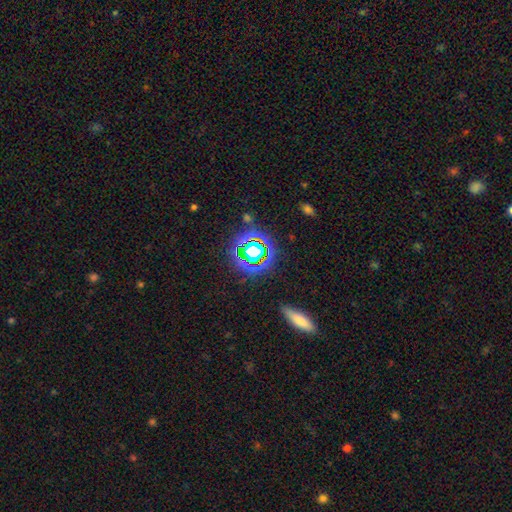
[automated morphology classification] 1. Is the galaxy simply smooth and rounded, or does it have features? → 67% star or artifact, 21% smooth, 12% featured or disk.